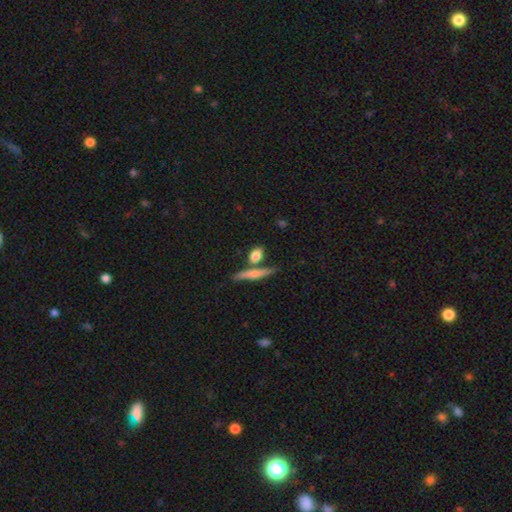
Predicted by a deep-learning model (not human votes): Q: Smooth or featured?
A: smooth (76%); runner-up: featured or disk (17%)
Q: How rounded?
A: in between (49%); runner-up: round (30%)
Q: Merging?
A: none (63%); runner-up: merger (21%)